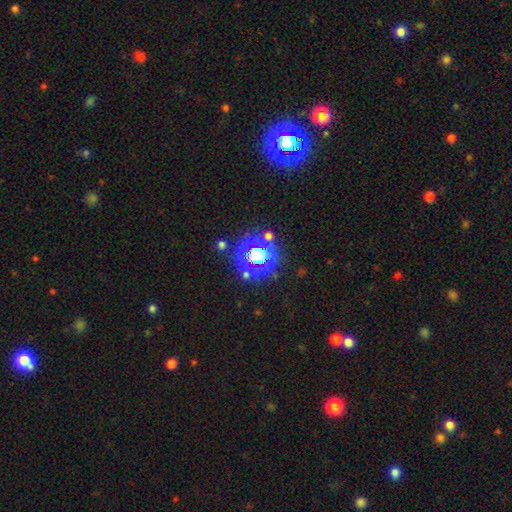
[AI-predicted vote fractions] Overall: star or artifact (58%; smooth 29%).